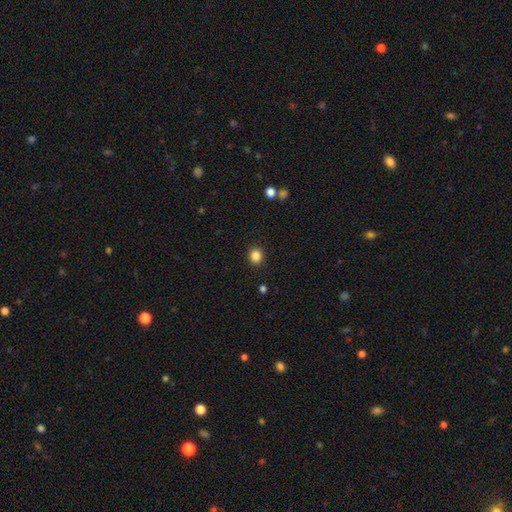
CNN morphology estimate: Smooth or featured: smooth — 85% (star or artifact — 11%)
How rounded: round — 85% (in between — 14%)
Merging: none — 91% (minor disturbance — 6%)